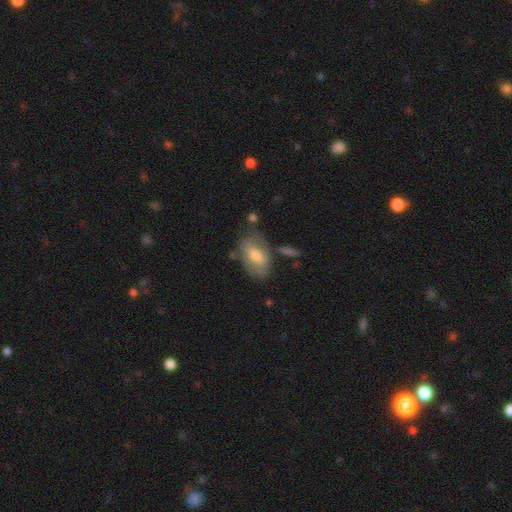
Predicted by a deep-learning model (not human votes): smooth-or-featured: smooth: 56% | featured or disk: 37% | star or artifact: 7%
  how-rounded: in between: 90% | round: 7% | cigar-shaped: 3%
  merging: none: 62% | minor disturbance: 22% | major disturbance: 8% | merger: 8%